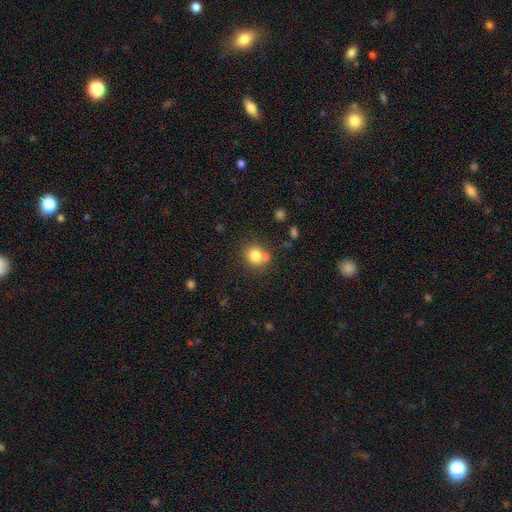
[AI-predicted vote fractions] A smooth galaxy with no disk features (81%) that is round (76%).

Vote fractions:
- Smooth or featured? smooth: 81% / star or artifact: 11% / featured or disk: 9%
- How rounded? round: 76% / in between: 23% / cigar-shaped: 1%
- Merging? none: 65% / minor disturbance: 17% / merger: 14% / major disturbance: 5%